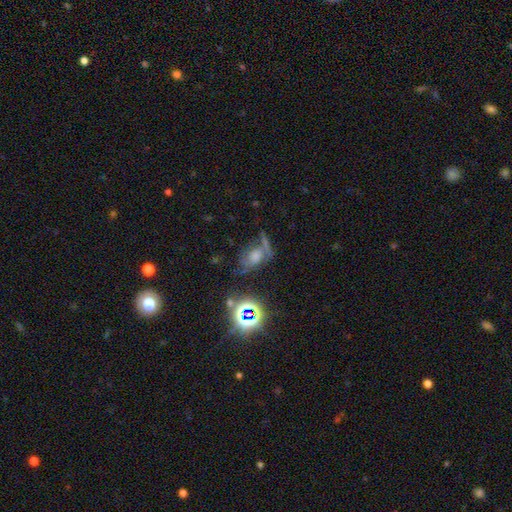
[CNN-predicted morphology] Smooth or featured?
  - smooth: 39% *
  - featured or disk: 33%
  - star or artifact: 28%
Merging?
  - none: 41% *
  - minor disturbance: 24%
  - major disturbance: 24%
  - merger: 12%